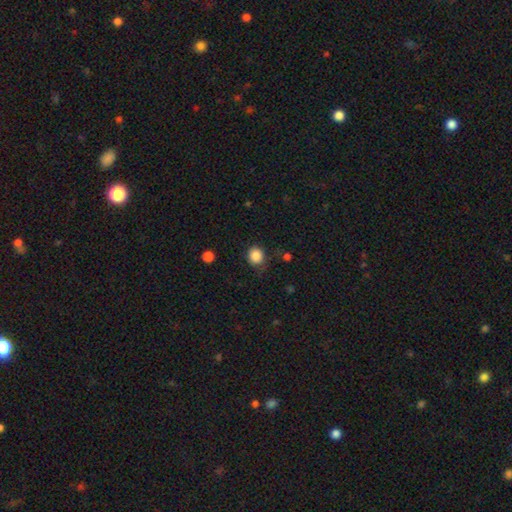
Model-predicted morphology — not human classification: Overall: smooth (86%). How rounded: round (83%). Merging: none (75%).